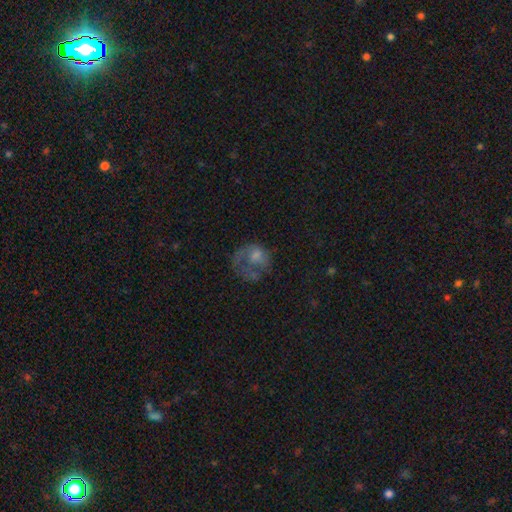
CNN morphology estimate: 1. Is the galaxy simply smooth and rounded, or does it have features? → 48% featured or disk, 39% smooth, 13% star or artifact.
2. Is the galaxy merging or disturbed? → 45% major disturbance, 32% none, 19% minor disturbance, 5% merger.